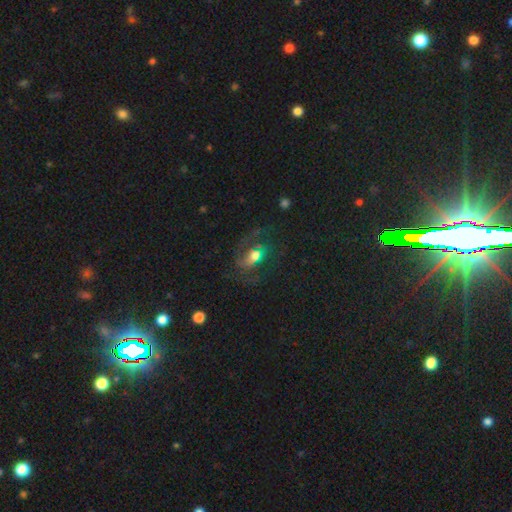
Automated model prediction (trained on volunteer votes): This is likely a featured or disk galaxy (63%). It is clearly not viewed edge-on (96%). Bar: possibly no (52%). Spiral arm pattern: clearly yes (83%). Central bulge: possibly moderate (49%). Merging: possibly none (54%).